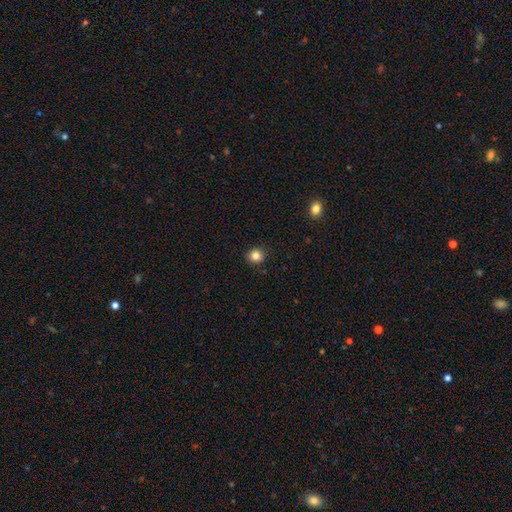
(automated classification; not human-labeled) Q: Smooth or featured?
A: smooth (83%); runner-up: star or artifact (12%)
Q: How rounded?
A: round (89%); runner-up: in between (10%)
Q: Merging?
A: none (90%); runner-up: minor disturbance (7%)